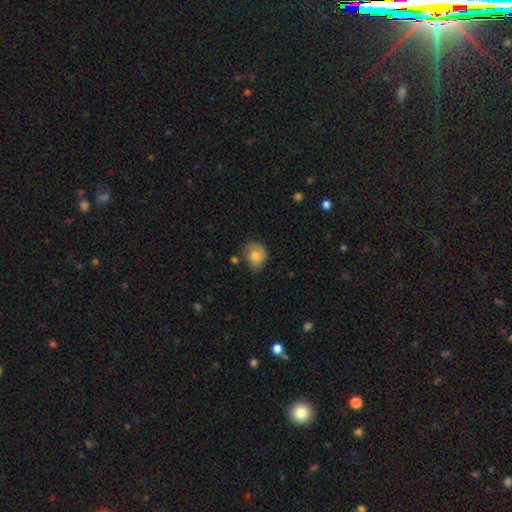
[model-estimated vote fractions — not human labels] Overall: smooth (77%). How rounded: round (65%; in between 35%). Merging: none (52%; minor disturbance 35%).